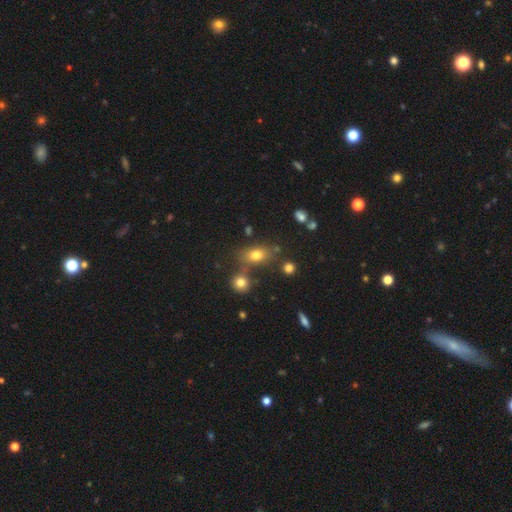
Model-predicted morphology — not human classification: Overall: smooth (73%). How rounded: in between (75%). Merging: none (66%).